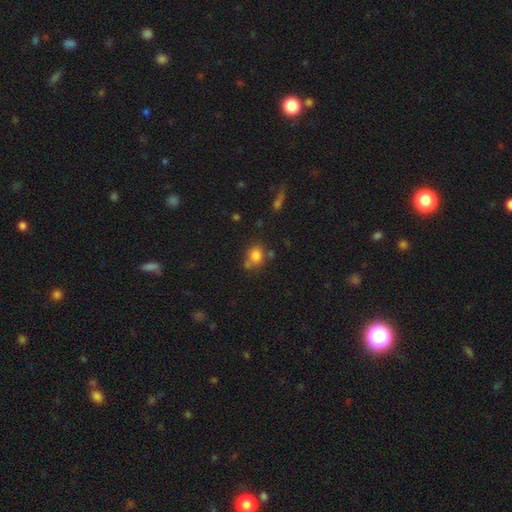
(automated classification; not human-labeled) This is clearly a smooth galaxy (81%). How rounded: likely round (69%). Merging: possibly none (59%).